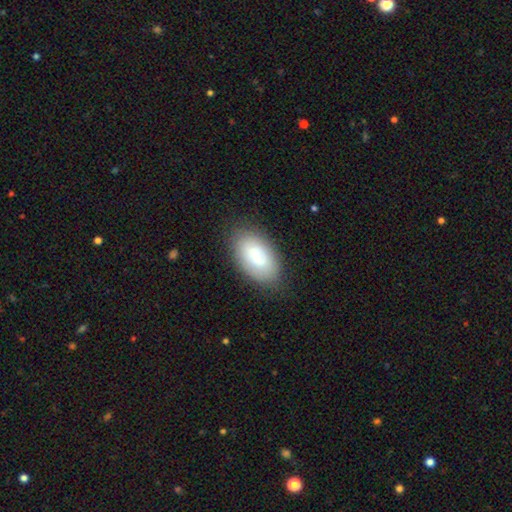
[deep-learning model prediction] Smooth or featured? smooth (71%)
How rounded? in between (94%)
Merging? none (80%)